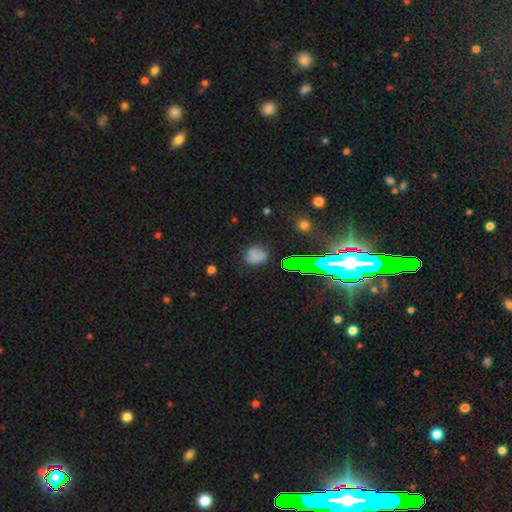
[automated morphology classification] The model was most divided on "how rounded": round: 62%, in between: 36%, cigar-shaped: 2%. More confident: merging — none (73%); smooth or featured — smooth (72%).